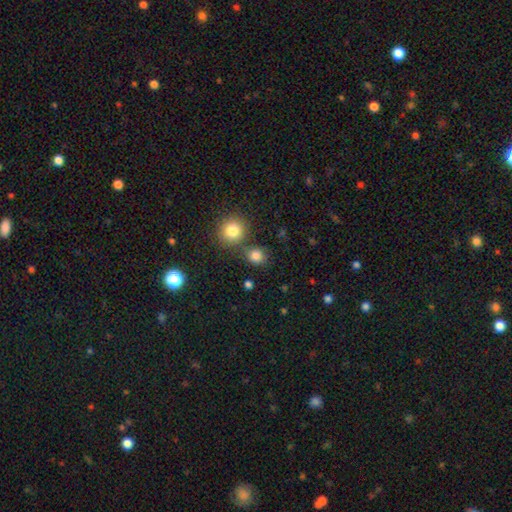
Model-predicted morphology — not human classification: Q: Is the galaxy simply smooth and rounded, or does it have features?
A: smooth — 81%.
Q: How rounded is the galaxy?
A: round — 80%.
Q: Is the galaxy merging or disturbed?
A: none — 73%.